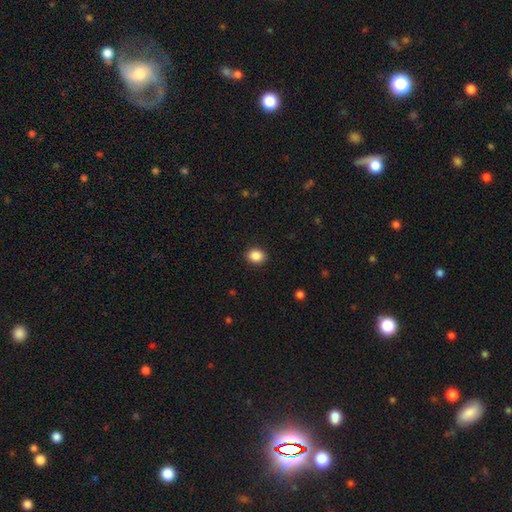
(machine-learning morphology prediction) A smooth galaxy with no disk features (88%) that is round (63%). Merging: none (91%).